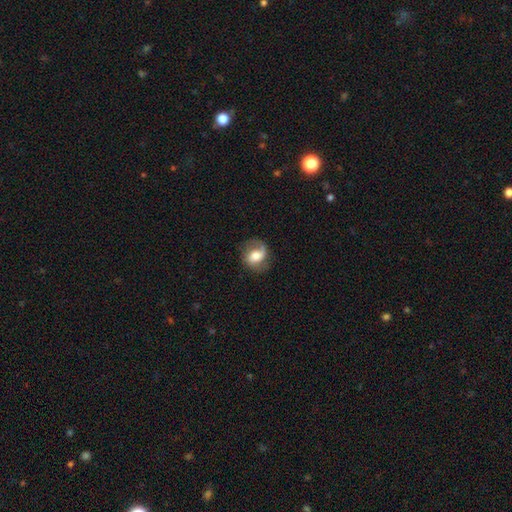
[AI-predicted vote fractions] Q: Smooth or featured?
A: featured or disk (54%); runner-up: smooth (38%)
Q: Edge-on disk?
A: no (96%); runner-up: yes (4%)
Q: Bar?
A: no (45%); runner-up: weak (38%)
Q: Spiral arms?
A: yes (86%); runner-up: no (14%)
Q: Bulge size?
A: moderate (59%); runner-up: large (21%)
Q: Merging?
A: none (69%); runner-up: minor disturbance (19%)